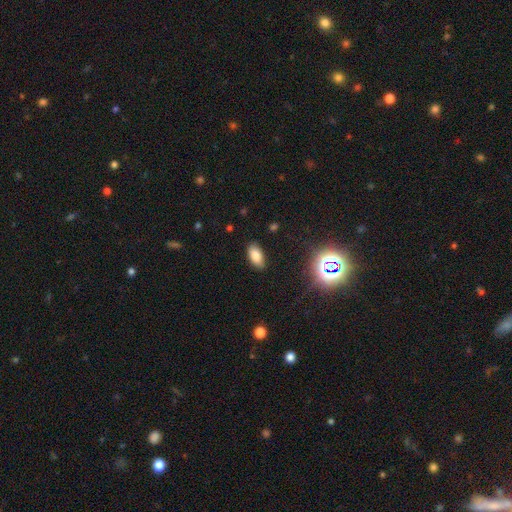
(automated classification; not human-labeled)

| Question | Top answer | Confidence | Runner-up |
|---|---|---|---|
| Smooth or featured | smooth | 80% | star or artifact (11%) |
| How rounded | in between | 92% | cigar-shaped (4%) |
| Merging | none | 87% | minor disturbance (9%) |